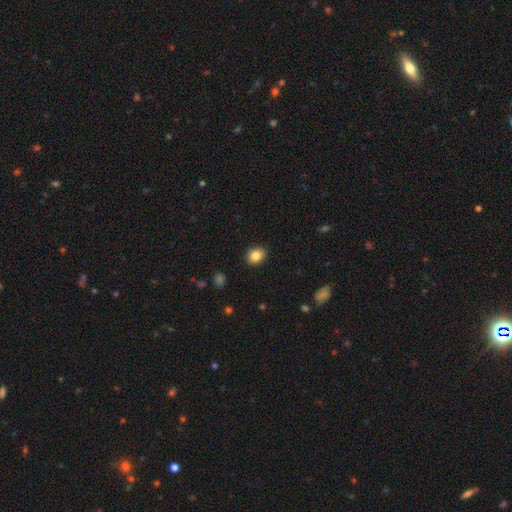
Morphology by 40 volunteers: smooth 90%, featured or disk 5%, star or artifact 5%. Down the decision tree: how rounded — in between (53%); merging — none (87%).